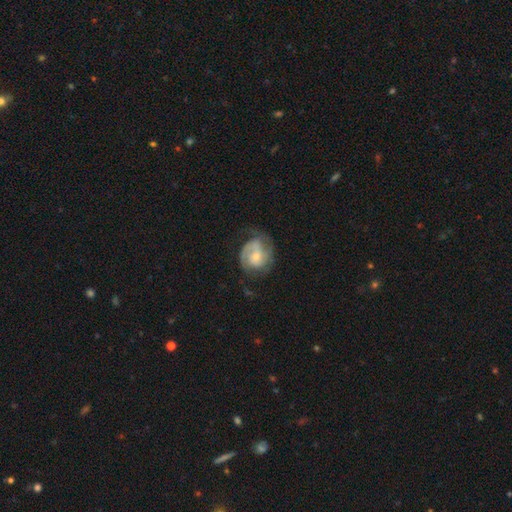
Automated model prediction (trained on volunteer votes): Morphology: type=featured or disk (74%); edge-on=no (98%); bar=no (59%); spiral arms=yes (92%); winding=tight (43%); arm count=2 (64%); bulge=small (51%); merging=none (58%).